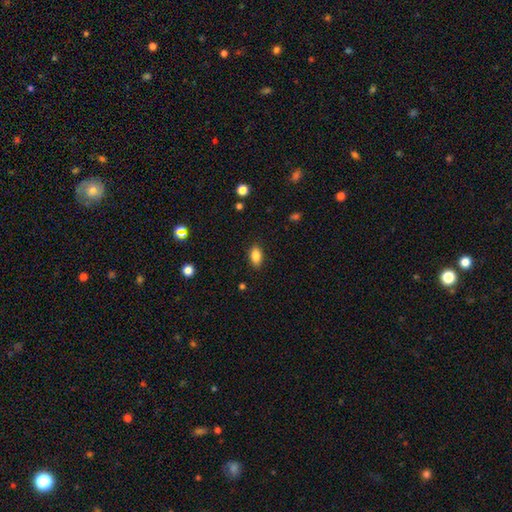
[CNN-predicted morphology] This is clearly a smooth galaxy (86%). How rounded: clearly in between (90%). Merging: clearly none (87%).